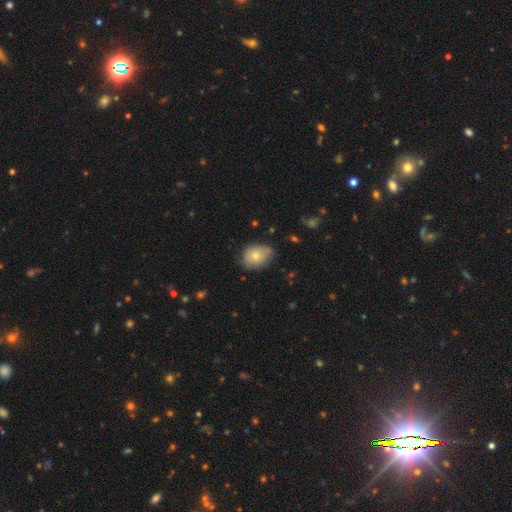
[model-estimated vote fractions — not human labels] smooth_or_featured: smooth (p=0.71) [alt: featured or disk p=0.21]
how_rounded: in between (p=0.54) [alt: round p=0.45]
merging: none (p=0.67) [alt: minor disturbance p=0.27]